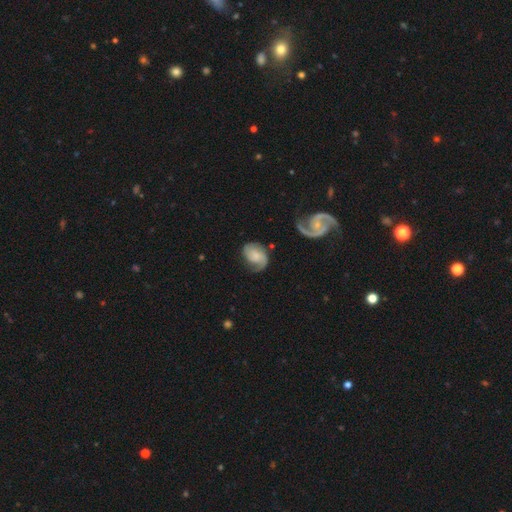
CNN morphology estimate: smooth_or_featured: featured or disk (p=0.70) [alt: smooth p=0.23]
disk_edge_on: no (p=0.97) [alt: yes p=0.03]
bar: no (p=0.63) [alt: weak p=0.31]
has_spiral_arms: yes (p=0.95) [alt: no p=0.05]
spiral_winding: medium (p=0.46) [alt: tight p=0.31]
spiral_arm_count: 2 (p=0.72) [alt: 1 p=0.18]
bulge_size: small (p=0.37) [alt: none p=0.25]
merging: none (p=0.59) [alt: minor disturbance p=0.24]